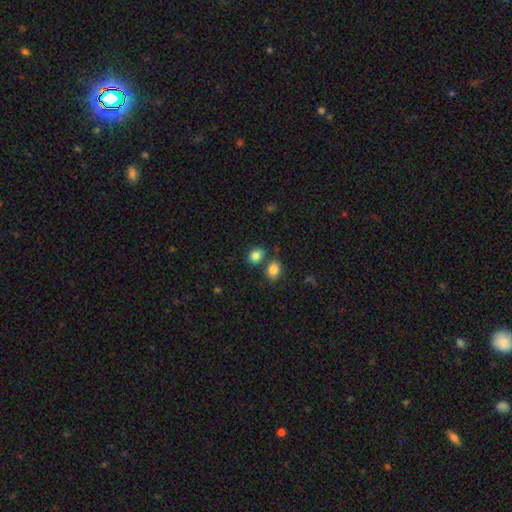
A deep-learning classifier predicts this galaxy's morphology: Smooth or featured? smooth (84%)
How rounded? in between (53%)
Merging? none (64%)